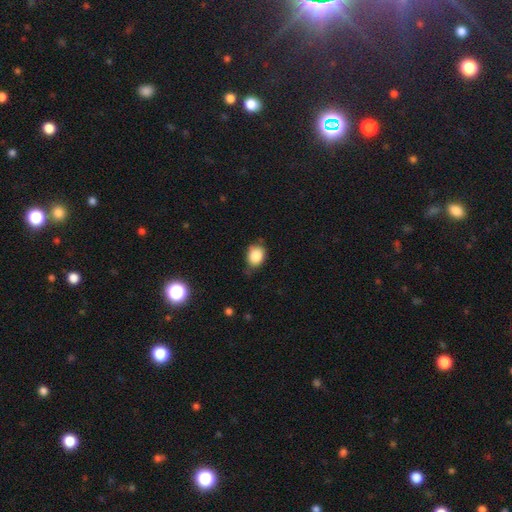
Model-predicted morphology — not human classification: smooth 85%, star or artifact 9%, featured or disk 6%. Down the decision tree: how rounded — round (51%); merging — none (63%).